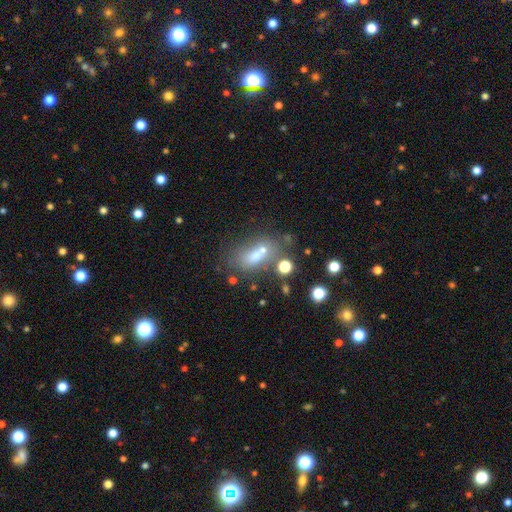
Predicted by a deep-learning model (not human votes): smooth-or-featured: smooth: 58% | featured or disk: 25% | star or artifact: 16%
  how-rounded: in between: 73% | round: 16% | cigar-shaped: 10%
  merging: none: 42% | merger: 33% | minor disturbance: 14% | major disturbance: 10%